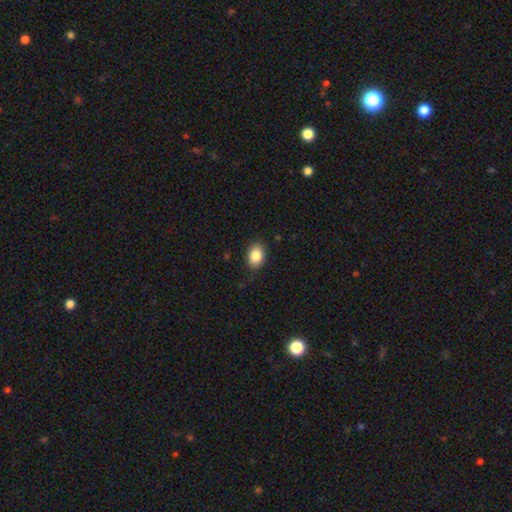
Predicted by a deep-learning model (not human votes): Smooth or featured? smooth (86%)
How rounded? in between (81%)
Merging? none (86%)